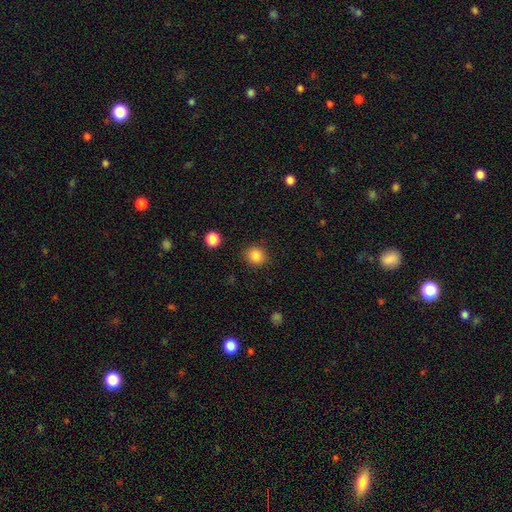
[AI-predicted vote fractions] Smooth or featured? smooth (85%)
How rounded? round (87%)
Merging? none (88%)